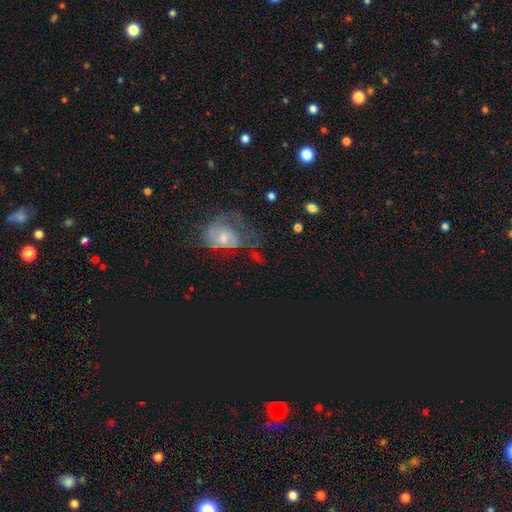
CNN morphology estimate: Smooth or featured?
  - featured or disk: 42% *
  - smooth: 29%
  - star or artifact: 29%
Merging?
  - none: 41% *
  - major disturbance: 32%
  - minor disturbance: 21%
  - merger: 7%